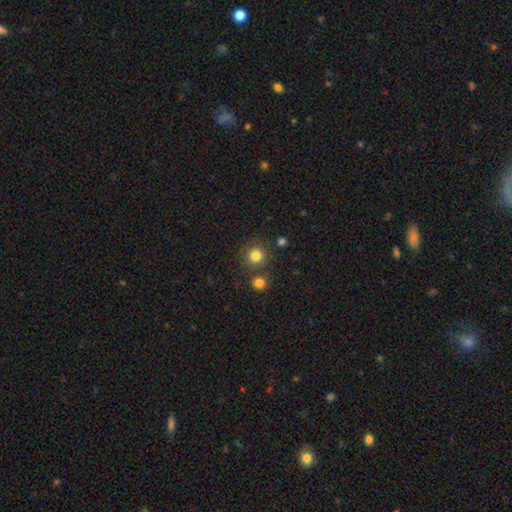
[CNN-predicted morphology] Smooth or featured?
  - smooth: 82% *
  - star or artifact: 12%
  - featured or disk: 6%
How rounded?
  - round: 92% *
  - in between: 7%
  - cigar-shaped: 1%
Merging?
  - none: 76% *
  - merger: 12%
  - minor disturbance: 8%
  - major disturbance: 3%